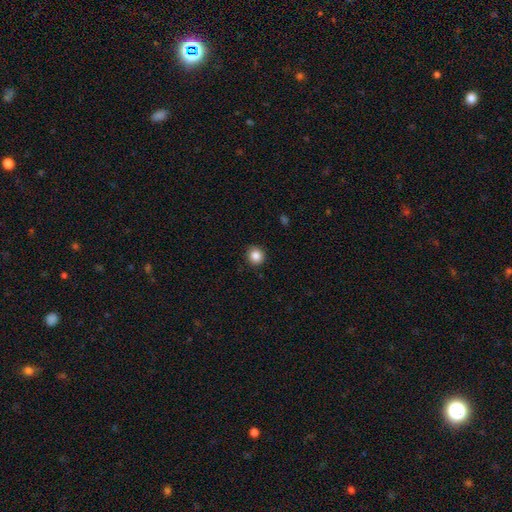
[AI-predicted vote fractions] The model was most divided on "smooth or featured": smooth: 86%, star or artifact: 10%, featured or disk: 4%. More confident: how rounded — round (90%); merging — none (90%).